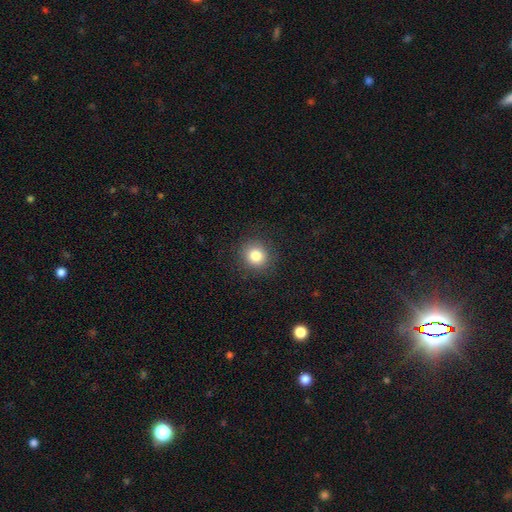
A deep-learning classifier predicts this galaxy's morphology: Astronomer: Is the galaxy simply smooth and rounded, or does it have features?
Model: smooth — 83%.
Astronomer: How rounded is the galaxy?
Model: round — 86%.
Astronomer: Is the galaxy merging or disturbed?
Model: none — 89%.